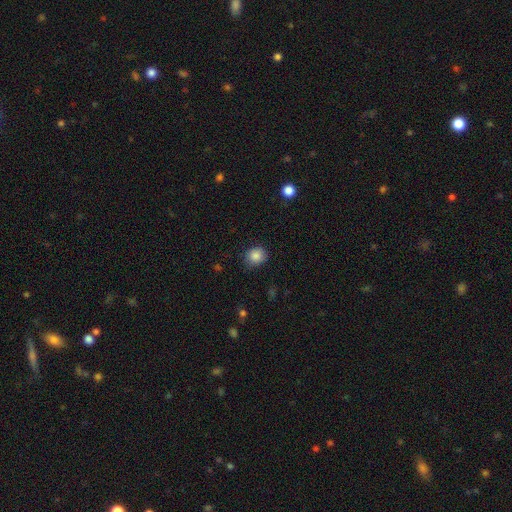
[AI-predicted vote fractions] Morphology: type=smooth (86%); roundness=round (71%); merging=none (81%).